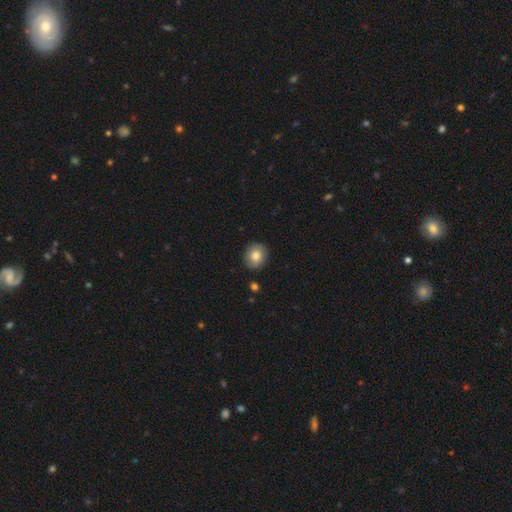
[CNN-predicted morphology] Smooth or featured?
  - smooth: 77% *
  - featured or disk: 15%
  - star or artifact: 8%
How rounded?
  - round: 73% *
  - in between: 26%
  - cigar-shaped: 1%
Merging?
  - none: 86% *
  - minor disturbance: 10%
  - major disturbance: 2%
  - merger: 1%